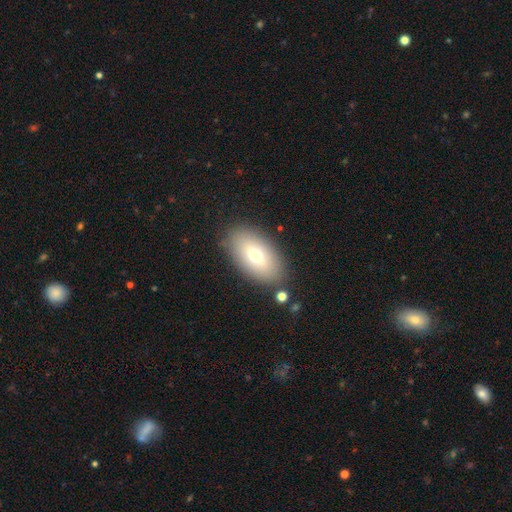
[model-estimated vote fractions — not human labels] Q: Smooth or featured?
A: smooth (65%); runner-up: featured or disk (25%)
Q: How rounded?
A: in between (91%); runner-up: round (6%)
Q: Merging?
A: none (83%); runner-up: minor disturbance (10%)